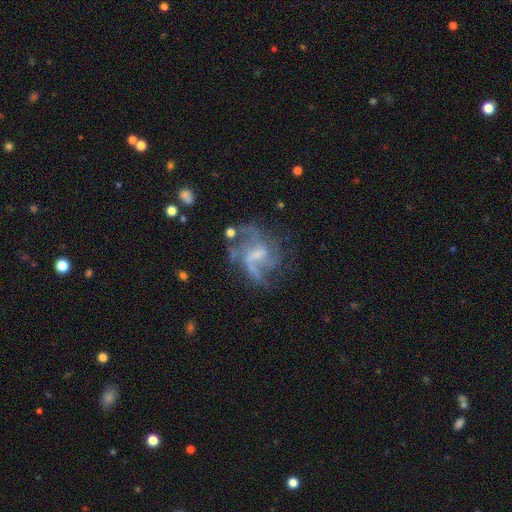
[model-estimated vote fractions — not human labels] Smooth or featured?
  - featured or disk: 80% *
  - smooth: 11%
  - star or artifact: 9%
Edge-on disk?
  - no: 98% *
  - yes: 2%
Bar?
  - weak: 52% *
  - no: 30%
  - strong: 18%
Spiral arms?
  - yes: 87% *
  - no: 13%
Spiral winding?
  - loose: 52% *
  - medium: 37%
  - tight: 11%
Spiral arm count?
  - 2: 33% *
  - 3: 23%
  - can't tell: 20%
  - 1: 10%
  - 4: 8%
  - more than 4: 5%
Bulge size?
  - small: 41% *
  - none: 31%
  - moderate: 24%
  - large: 3%
  - dominant: 1%
Merging?
  - none: 46% *
  - major disturbance: 30%
  - minor disturbance: 18%
  - merger: 6%